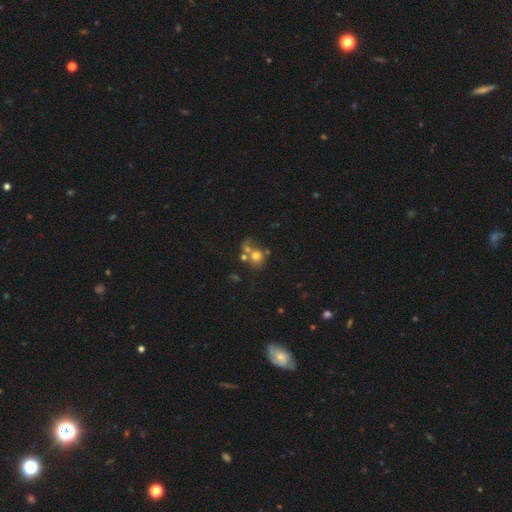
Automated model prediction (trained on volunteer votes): Smooth or featured?
  - smooth: 64% *
  - featured or disk: 21%
  - star or artifact: 15%
How rounded?
  - round: 75% *
  - in between: 24%
  - cigar-shaped: 1%
Merging?
  - merger: 46% *
  - none: 36%
  - minor disturbance: 10%
  - major disturbance: 8%